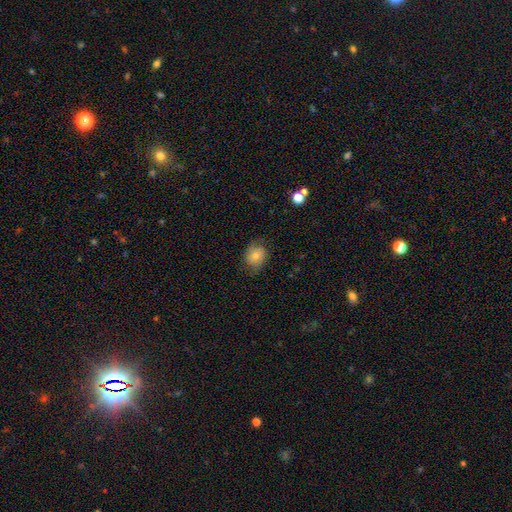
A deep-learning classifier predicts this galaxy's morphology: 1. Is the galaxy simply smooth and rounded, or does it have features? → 64% smooth, 27% featured or disk, 9% star or artifact.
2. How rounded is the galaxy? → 51% in between, 48% round, 1% cigar-shaped.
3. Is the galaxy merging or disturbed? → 70% none, 21% minor disturbance, 8% major disturbance, 1% merger.